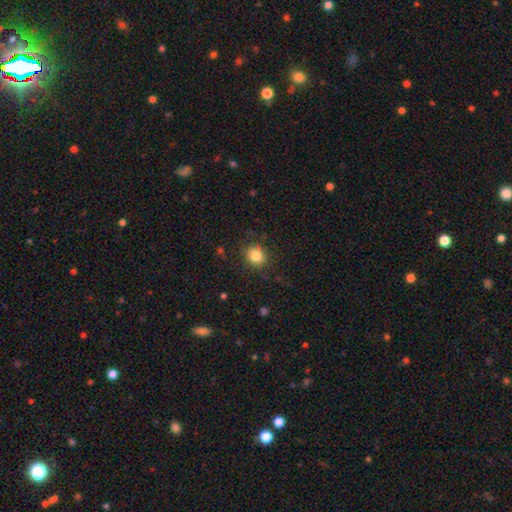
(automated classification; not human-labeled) This appears to be a smooth galaxy with no disk features (83%) that is round (65%). Merging: none (84%).